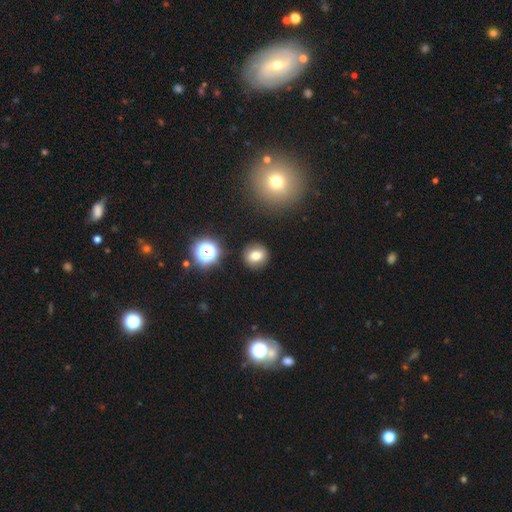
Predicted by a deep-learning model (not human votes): smooth 77%, star or artifact 14%, featured or disk 10%. Down the decision tree: how rounded — round (77%); merging — none (88%).